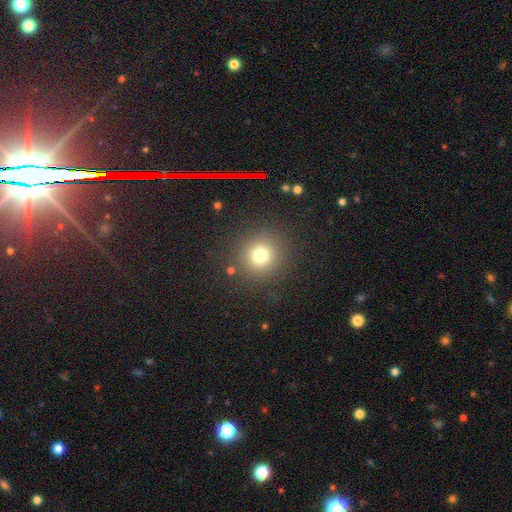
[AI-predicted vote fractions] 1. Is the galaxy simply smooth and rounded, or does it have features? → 50% star or artifact, 36% smooth, 15% featured or disk.